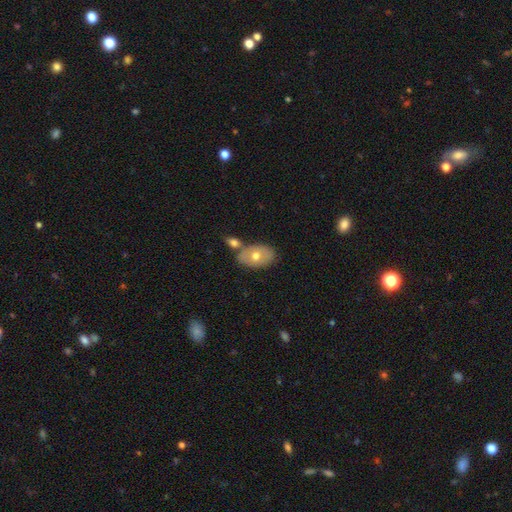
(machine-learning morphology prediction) smooth-or-featured: smooth: 58% | featured or disk: 35% | star or artifact: 7%
  how-rounded: in between: 88% | round: 11% | cigar-shaped: 2%
  merging: none: 58% | merger: 24% | minor disturbance: 13% | major disturbance: 4%